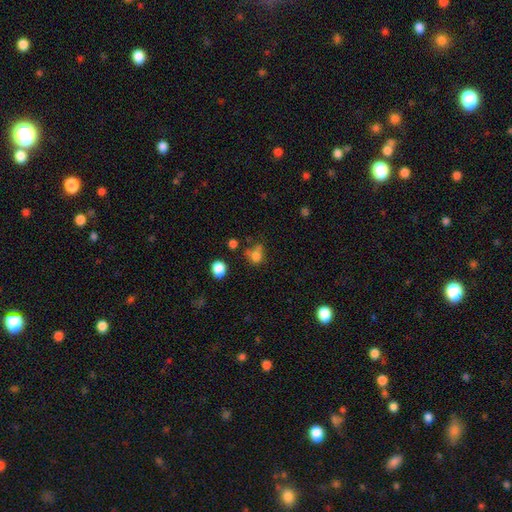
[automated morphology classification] The model was most divided on "merging": none: 50%, merger: 22%, minor disturbance: 18%, major disturbance: 10%. More confident: smooth or featured — smooth (75%); how rounded — round (72%).